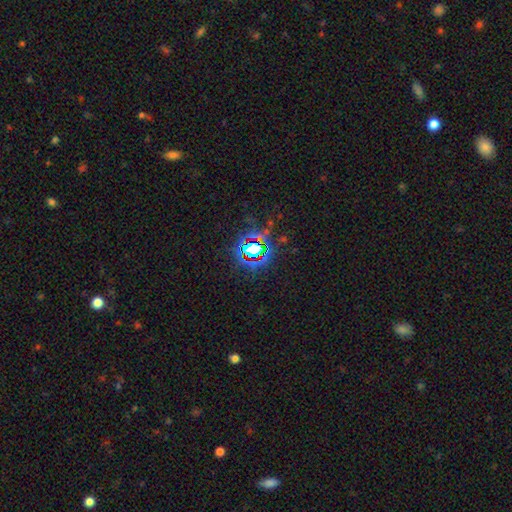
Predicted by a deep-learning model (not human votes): A star or artifact, not a galaxy (75%).